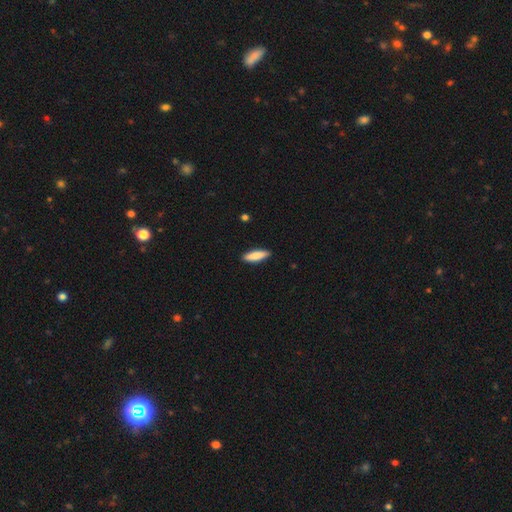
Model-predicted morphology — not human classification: Smooth or featured: smooth — 84% (featured or disk — 11%)
How rounded: cigar-shaped — 61% (in between — 37%)
Merging: none — 89% (minor disturbance — 8%)